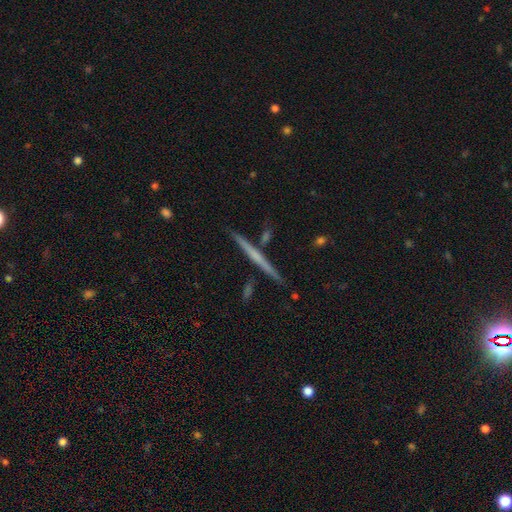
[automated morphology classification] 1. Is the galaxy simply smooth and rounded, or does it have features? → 63% featured or disk, 31% smooth, 6% star or artifact.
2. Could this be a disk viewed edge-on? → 98% yes, 2% no.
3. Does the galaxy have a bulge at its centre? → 69% none, 25% rounded, 7% boxy.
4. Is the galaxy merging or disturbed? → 88% none, 7% minor disturbance, 3% merger, 2% major disturbance.